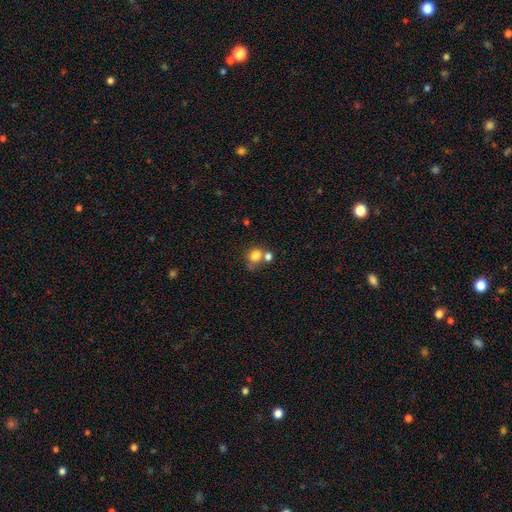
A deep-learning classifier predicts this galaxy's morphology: Smooth or featured? smooth (80%)
How rounded? round (76%)
Merging? none (48%)